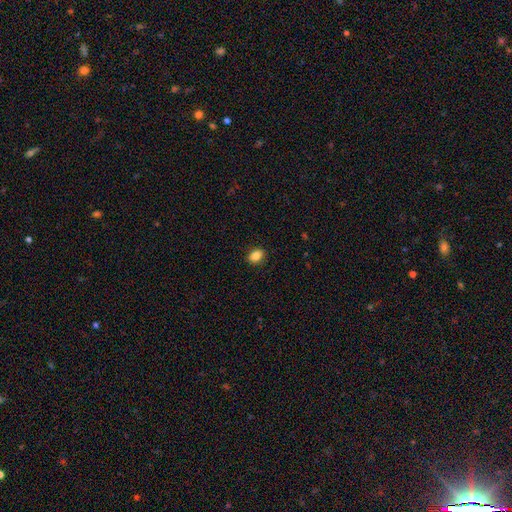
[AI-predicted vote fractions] A smooth galaxy with no disk features (87%) that is in between round and cigar-shaped (74%). Merging: none (89%).